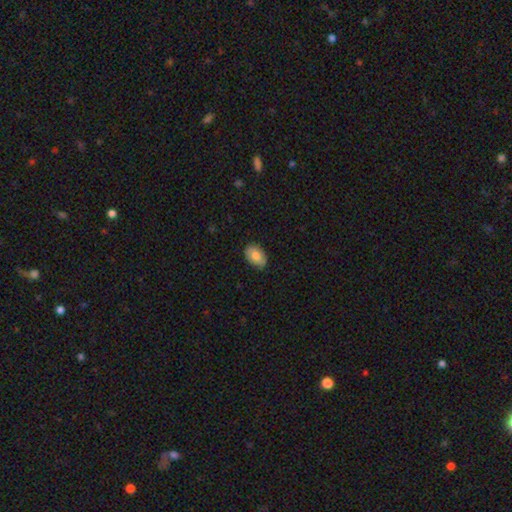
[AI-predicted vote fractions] Smooth or featured? smooth (77%)
How rounded? in between (87%)
Merging? none (83%)